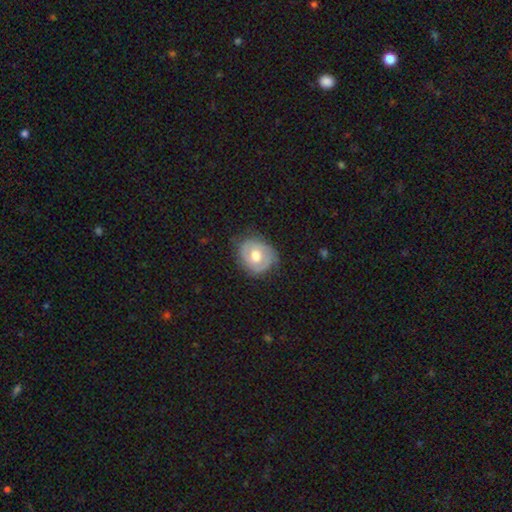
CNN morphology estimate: A featured or disk galaxy (47%). Merging: none (70%).